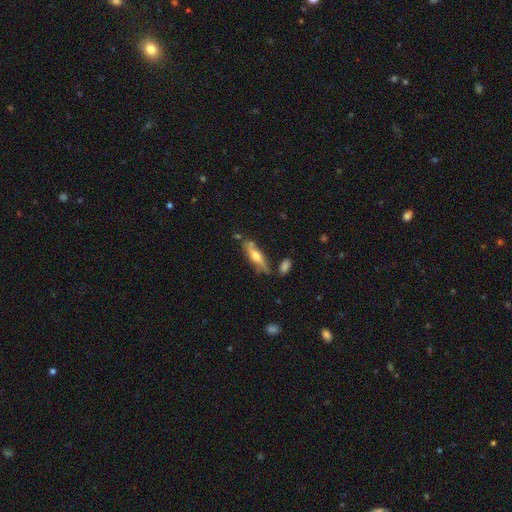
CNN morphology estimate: A featured or disk galaxy (51%) viewed edge-on (86%).

Vote fractions:
- Smooth or featured? featured or disk: 51% / smooth: 43% / star or artifact: 6%
- Edge-on disk? yes: 86% / no: 14%
- Merging? none: 72% / minor disturbance: 16% / merger: 8% / major disturbance: 4%